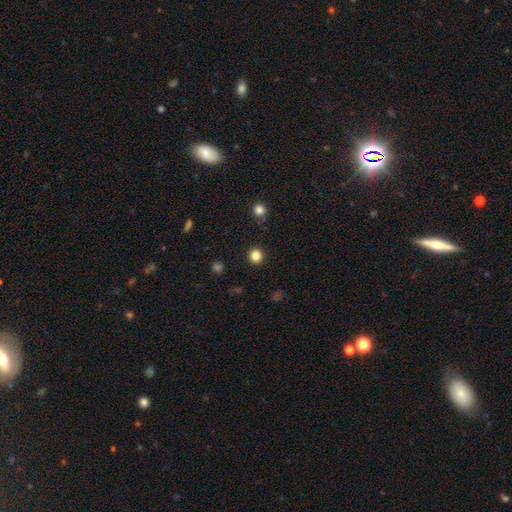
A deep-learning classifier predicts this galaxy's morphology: smooth_or_featured: smooth (p=0.84) [alt: star or artifact p=0.13]
how_rounded: round (p=0.93) [alt: in between p=0.06]
merging: none (p=0.92) [alt: minor disturbance p=0.05]